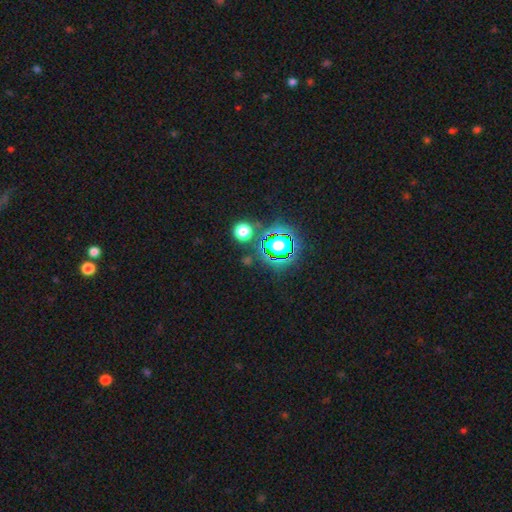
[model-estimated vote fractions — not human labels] smooth-or-featured: star or artifact: 81% | smooth: 12% | featured or disk: 7%